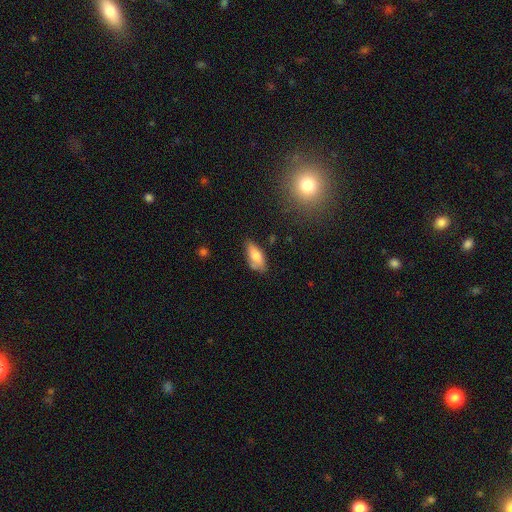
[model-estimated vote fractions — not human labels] Smooth or featured? smooth (76%)
How rounded? in between (84%)
Merging? none (60%)